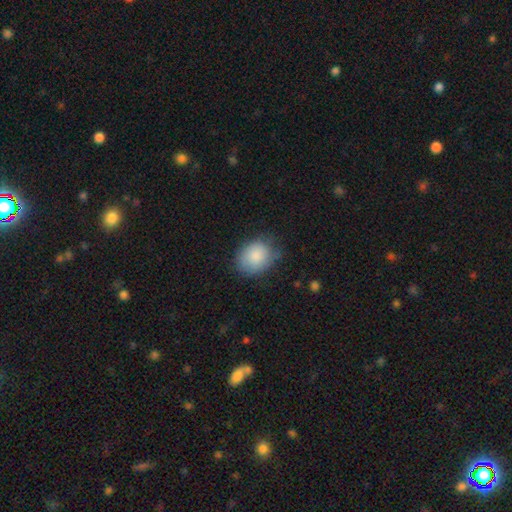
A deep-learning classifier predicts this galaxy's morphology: Smooth or featured? Predicted: smooth (p=0.84). How rounded? Predicted: round (p=0.51). Merging? Predicted: none (p=0.63).